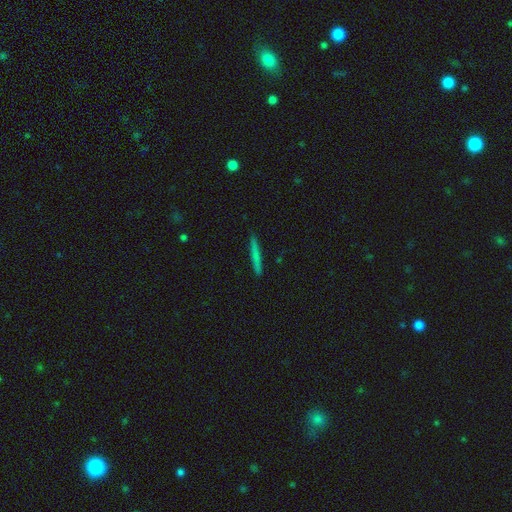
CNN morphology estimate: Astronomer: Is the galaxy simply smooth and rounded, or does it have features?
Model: smooth — 67%.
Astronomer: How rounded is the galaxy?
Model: cigar-shaped — 96%.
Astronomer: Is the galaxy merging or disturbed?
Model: none — 92%.